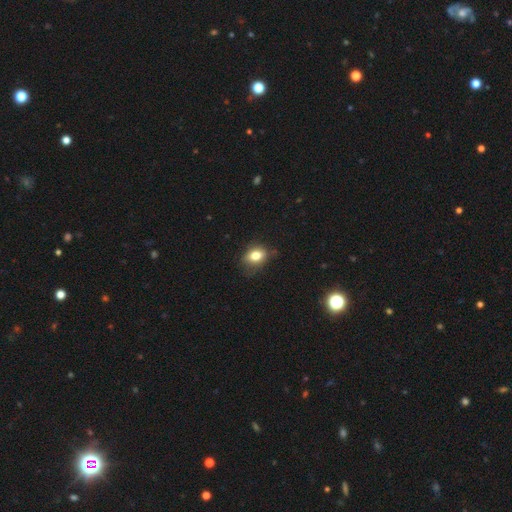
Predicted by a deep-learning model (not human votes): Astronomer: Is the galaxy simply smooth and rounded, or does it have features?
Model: smooth — 77%.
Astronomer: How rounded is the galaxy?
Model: in between — 65%.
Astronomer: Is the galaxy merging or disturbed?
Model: none — 67%.